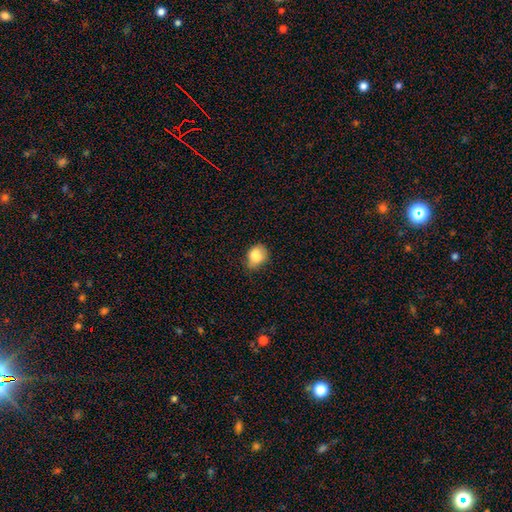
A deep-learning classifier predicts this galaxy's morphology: Smooth or featured?
  - smooth: 78% *
  - featured or disk: 12%
  - star or artifact: 9%
How rounded?
  - in between: 57% *
  - round: 42%
  - cigar-shaped: 1%
Merging?
  - none: 47% *
  - minor disturbance: 35%
  - major disturbance: 12%
  - merger: 5%